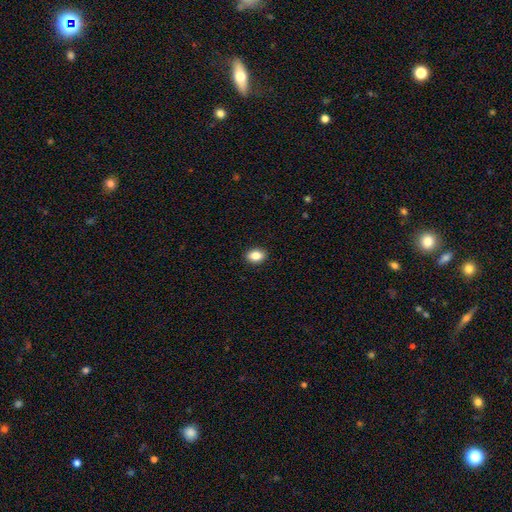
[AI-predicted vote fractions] smooth_or_featured: smooth (p=0.86) [alt: star or artifact p=0.08]
how_rounded: in between (p=0.76) [alt: round p=0.23]
merging: none (p=0.91) [alt: minor disturbance p=0.07]